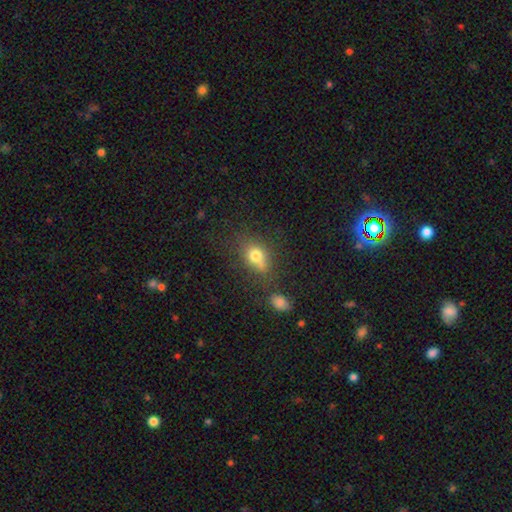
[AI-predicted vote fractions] Smooth or featured: smooth — 74% (star or artifact — 13%)
How rounded: in between — 54% (round — 43%)
Merging: none — 50% (merger — 21%)